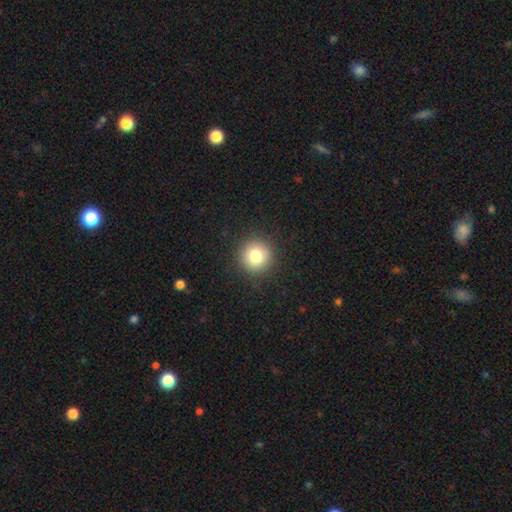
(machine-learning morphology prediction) Smooth or featured: smooth — 80% (star or artifact — 11%)
How rounded: round — 95% (in between — 4%)
Merging: none — 91% (minor disturbance — 5%)